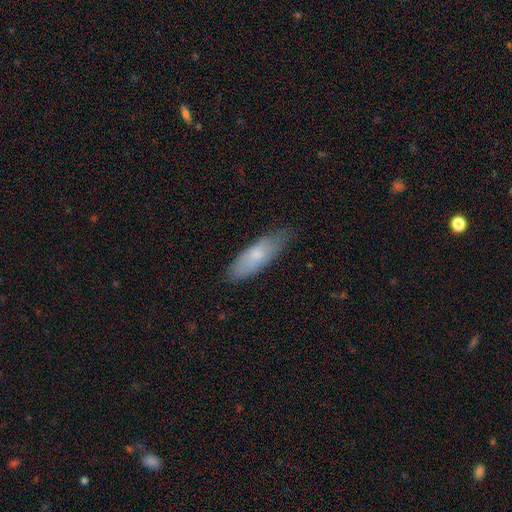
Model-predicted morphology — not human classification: Smooth or featured: smooth — 75% (featured or disk — 19%)
How rounded: in between — 58% (cigar-shaped — 41%)
Merging: none — 69% (minor disturbance — 25%)